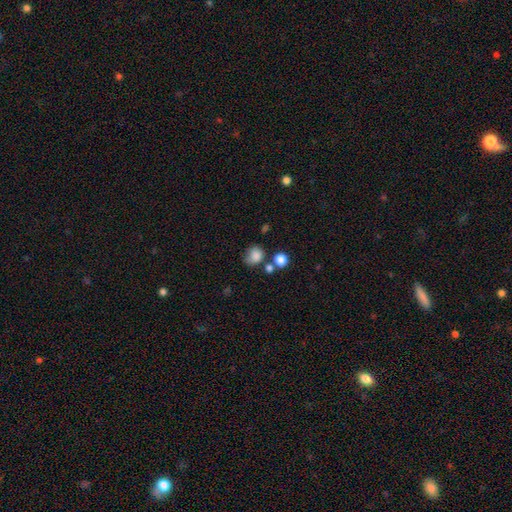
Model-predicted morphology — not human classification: A smooth galaxy with no disk features (82%) that is round (64%). Merging: none (52%).